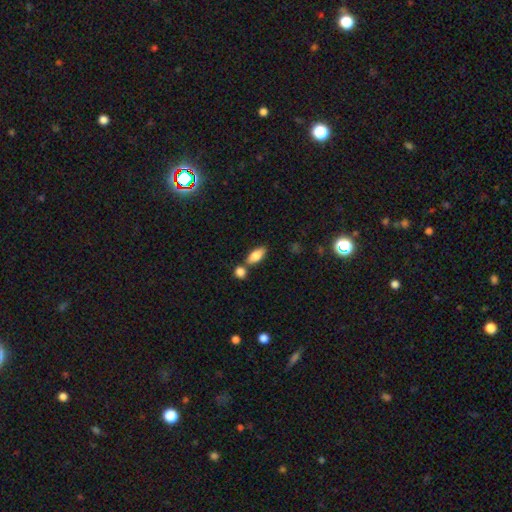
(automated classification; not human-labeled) This appears to be a smooth galaxy with no disk features (81%) that is in between round and cigar-shaped (86%). Merging: none (62%).